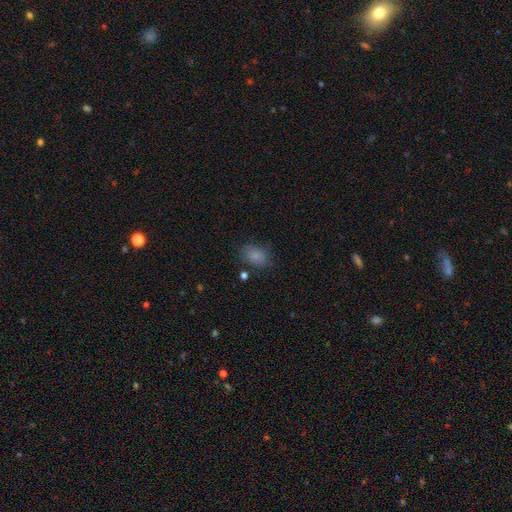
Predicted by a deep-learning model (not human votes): Smooth or featured? Predicted: smooth (p=0.83). How rounded? Predicted: in between (p=0.77). Merging? Predicted: none (p=0.73).